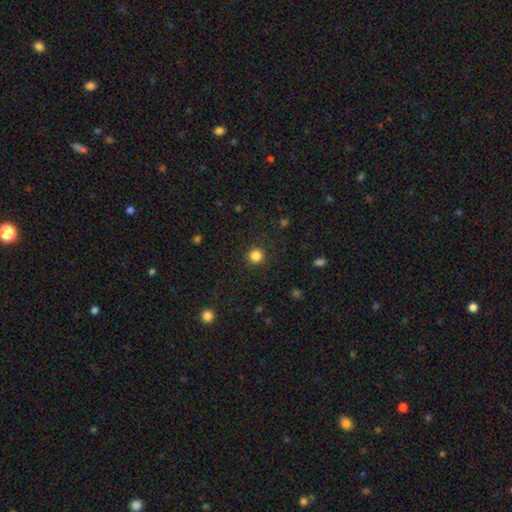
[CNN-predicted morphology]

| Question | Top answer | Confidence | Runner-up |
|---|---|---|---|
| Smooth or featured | smooth | 84% | star or artifact (12%) |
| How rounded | round | 94% | in between (5%) |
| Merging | none | 90% | minor disturbance (6%) |